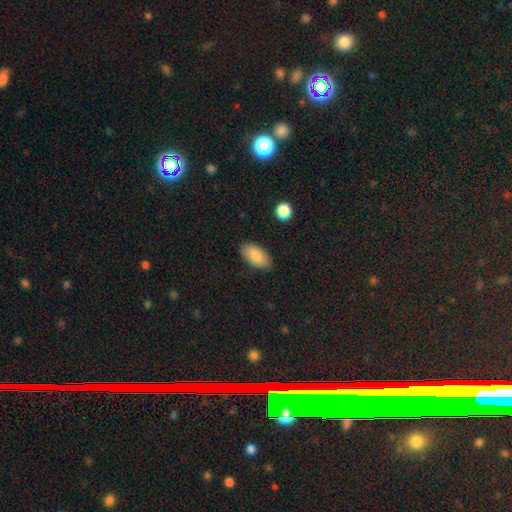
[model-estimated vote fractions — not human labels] smooth-or-featured: smooth: 84% | featured or disk: 9% | star or artifact: 7%
  how-rounded: in between: 94% | cigar-shaped: 4% | round: 2%
  merging: none: 87% | minor disturbance: 10% | major disturbance: 2% | merger: 1%